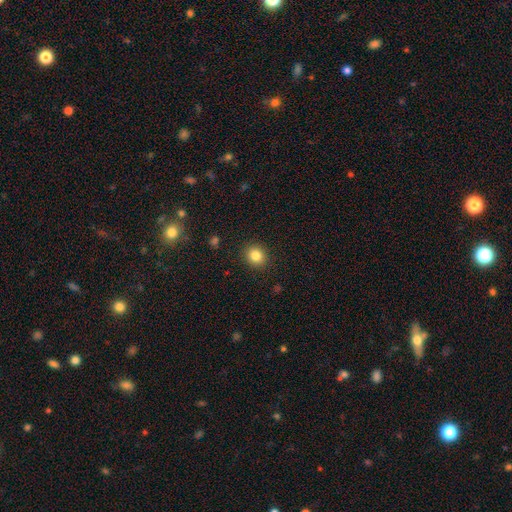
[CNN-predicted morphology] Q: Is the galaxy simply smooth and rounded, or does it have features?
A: smooth — 83%.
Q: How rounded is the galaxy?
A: round — 81%.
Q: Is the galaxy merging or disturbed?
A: none — 90%.